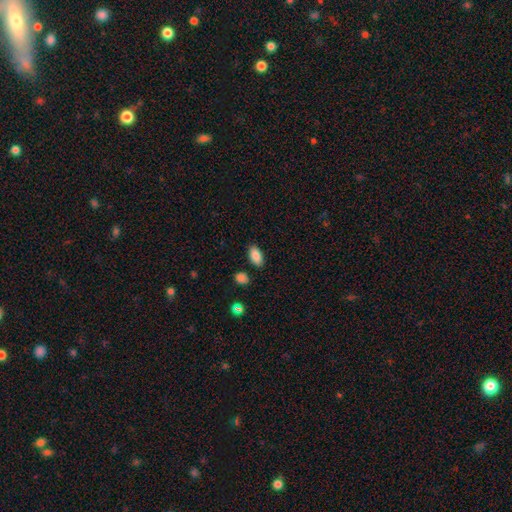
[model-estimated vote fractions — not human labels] This appears to be a smooth galaxy with no disk features (87%) that is in between round and cigar-shaped (92%). Merging: none (85%).